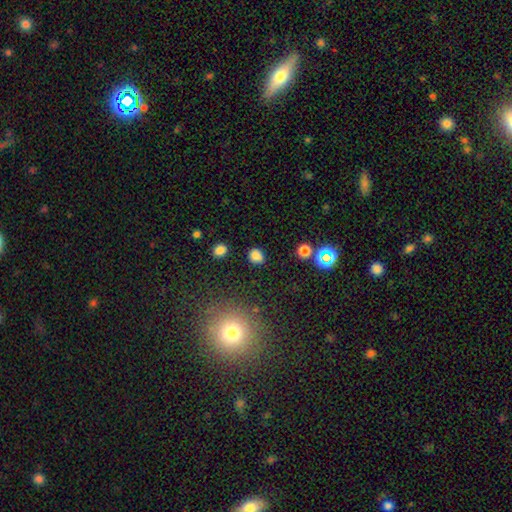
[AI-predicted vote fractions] Smooth or featured?
  - smooth: 79% *
  - star or artifact: 15%
  - featured or disk: 5%
How rounded?
  - round: 61% *
  - in between: 38%
  - cigar-shaped: 1%
Merging?
  - none: 80% *
  - minor disturbance: 13%
  - major disturbance: 4%
  - merger: 4%